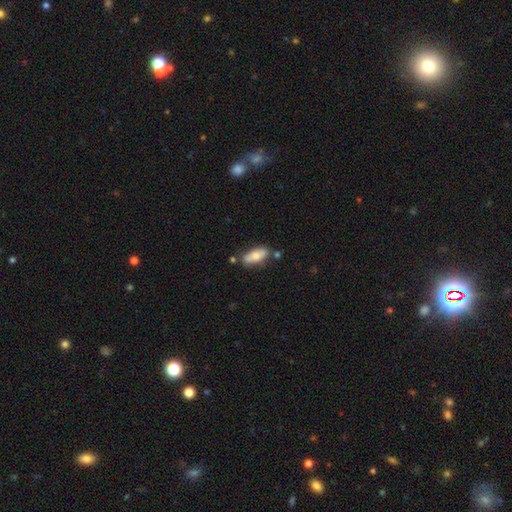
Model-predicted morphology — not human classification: Smooth or featured?
  - smooth: 65% *
  - featured or disk: 28%
  - star or artifact: 6%
How rounded?
  - in between: 79% *
  - cigar-shaped: 19%
  - round: 3%
Merging?
  - none: 70% *
  - minor disturbance: 17%
  - merger: 9%
  - major disturbance: 4%